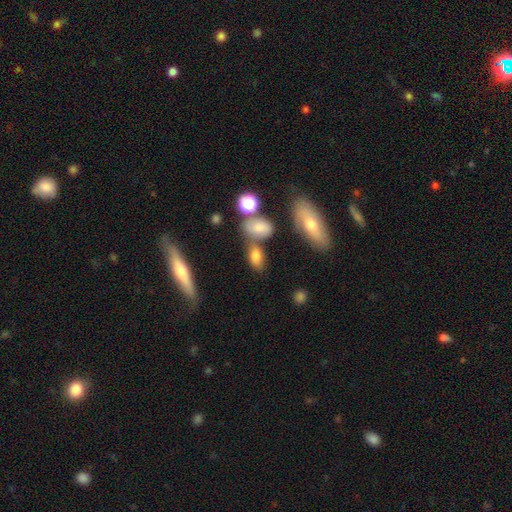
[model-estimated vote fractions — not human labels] Smooth or featured: smooth — 76% (featured or disk — 13%)
How rounded: in between — 85% (round — 10%)
Merging: none — 56% (merger — 24%)